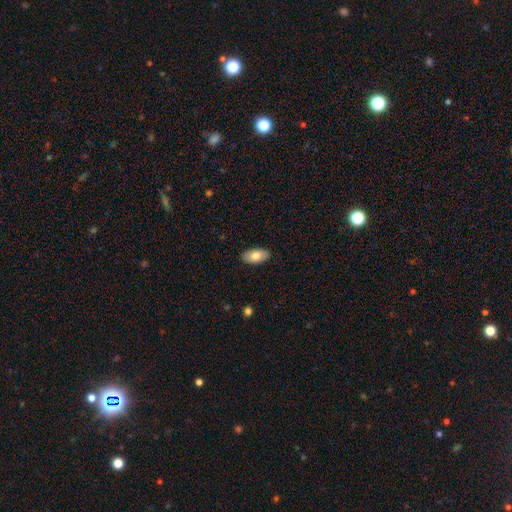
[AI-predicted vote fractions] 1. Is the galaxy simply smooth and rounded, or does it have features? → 78% smooth, 16% featured or disk, 6% star or artifact.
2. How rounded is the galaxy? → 95% in between, 3% cigar-shaped, 3% round.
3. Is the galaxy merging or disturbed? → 89% none, 8% minor disturbance, 2% major disturbance, 1% merger.